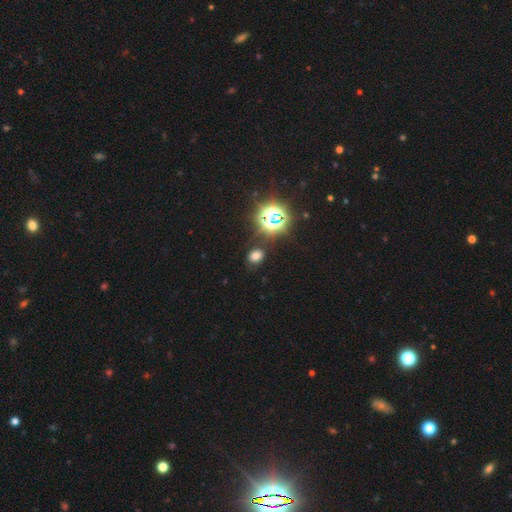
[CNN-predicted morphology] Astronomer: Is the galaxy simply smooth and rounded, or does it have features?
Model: smooth — 62%.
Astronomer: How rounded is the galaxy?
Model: in between — 57% (runner-up: round, 42%).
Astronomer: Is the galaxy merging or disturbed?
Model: none — 82%.